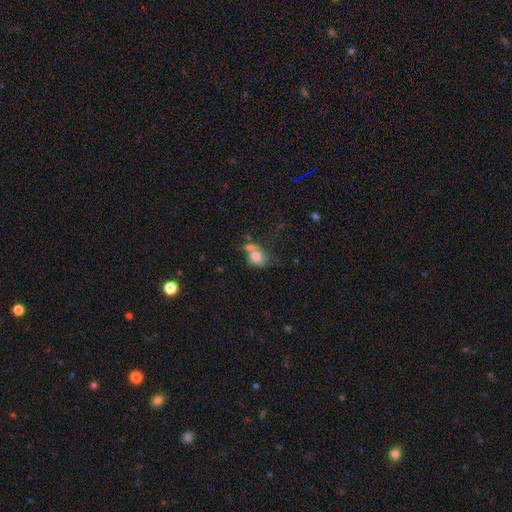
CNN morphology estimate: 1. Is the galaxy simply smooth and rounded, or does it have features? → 74% smooth, 16% featured or disk, 10% star or artifact.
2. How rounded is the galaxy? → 55% round, 44% in between, 1% cigar-shaped.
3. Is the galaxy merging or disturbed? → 36% merger, 32% none, 18% minor disturbance, 14% major disturbance.